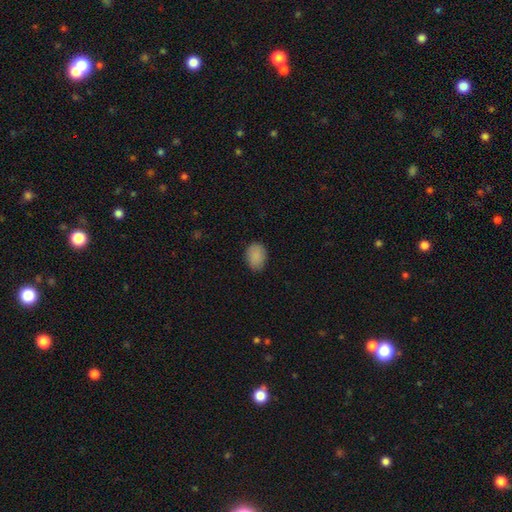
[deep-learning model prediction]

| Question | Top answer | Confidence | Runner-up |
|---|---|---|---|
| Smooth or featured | smooth | 88% | star or artifact (8%) |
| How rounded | in between | 69% | round (30%) |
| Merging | none | 82% | minor disturbance (14%) |